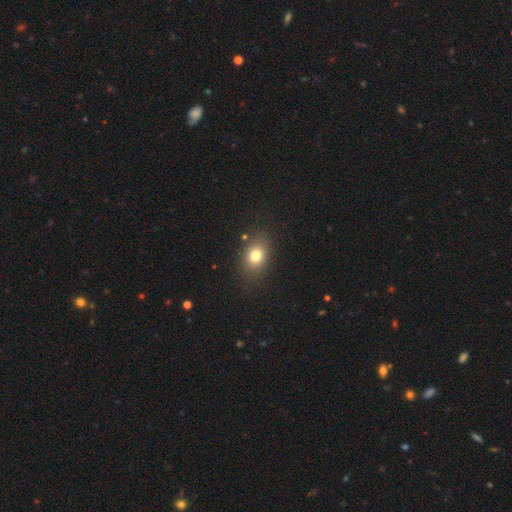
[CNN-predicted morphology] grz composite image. It shows a smooth galaxy with no disk features (78%) that is in between round and cigar-shaped (67%). Merging: none (84%).